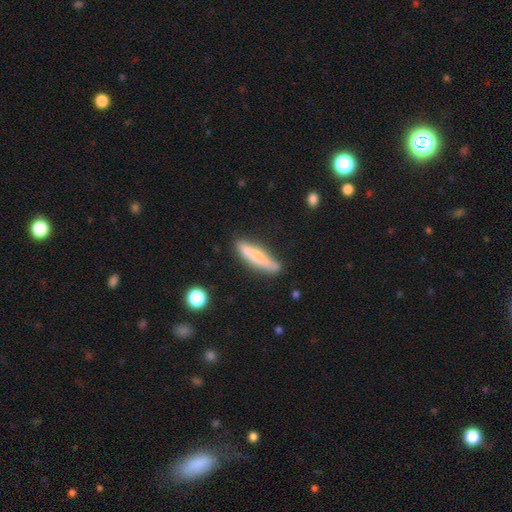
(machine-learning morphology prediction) Smooth or featured: smooth — 65% (featured or disk — 29%)
How rounded: cigar-shaped — 84% (in between — 14%)
Merging: none — 80% (minor disturbance — 15%)